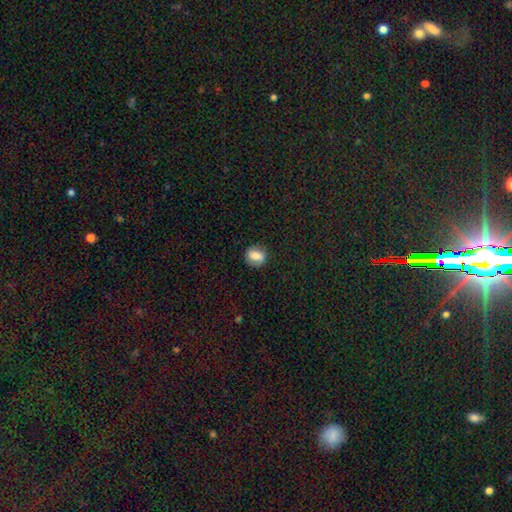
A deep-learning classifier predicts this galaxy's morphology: Q: Smooth or featured?
A: smooth (74%); runner-up: featured or disk (16%)
Q: How rounded?
A: round (60%); runner-up: in between (38%)
Q: Merging?
A: none (82%); runner-up: minor disturbance (13%)